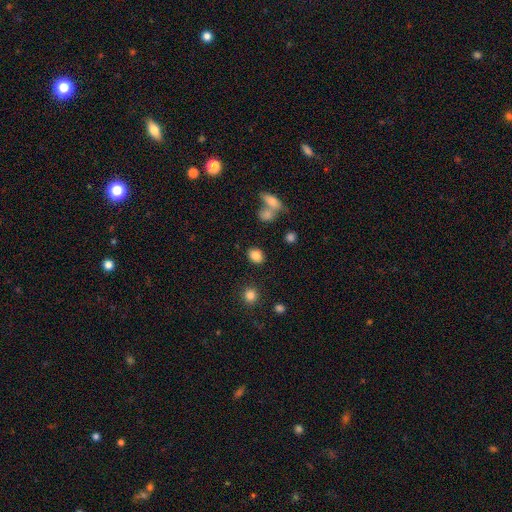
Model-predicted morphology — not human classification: This appears to be a smooth galaxy with no disk features (84%) that is in between round and cigar-shaped (60%). Merging: none (84%).